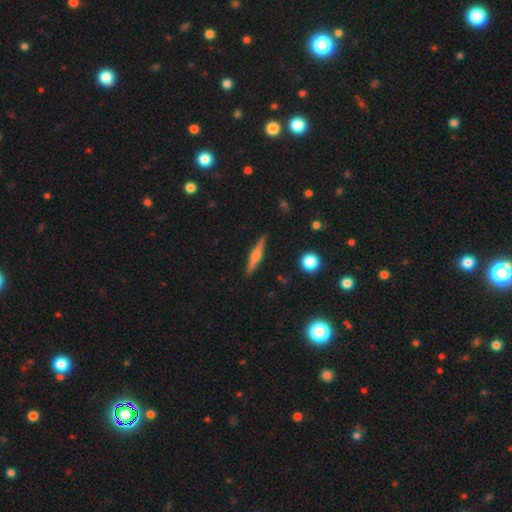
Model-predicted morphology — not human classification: The model was most divided on "smooth or featured": featured or disk: 72%, smooth: 21%, star or artifact: 7%. More confident: edge-on disk — yes (98%); merging — none (90%); edge-on bulge — rounded (89%).